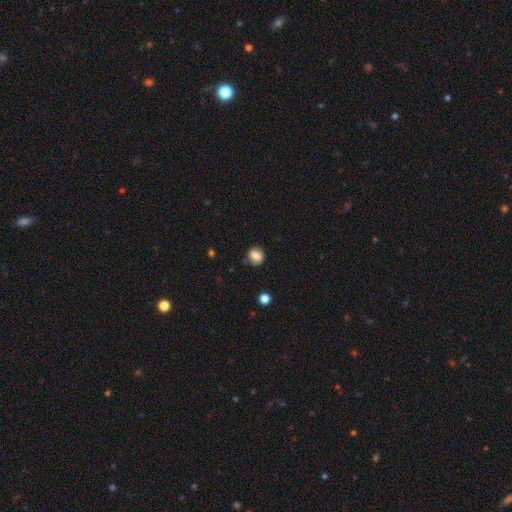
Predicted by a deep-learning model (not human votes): The model was most divided on "how rounded": round: 73%, in between: 26%, cigar-shaped: 1%. More confident: merging — none (81%); smooth or featured — smooth (78%).